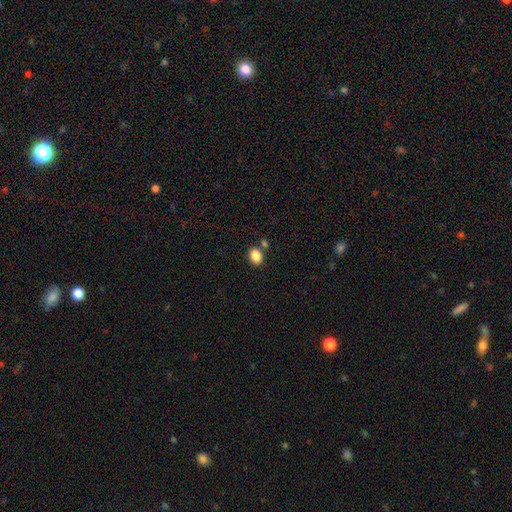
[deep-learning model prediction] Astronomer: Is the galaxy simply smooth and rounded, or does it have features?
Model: smooth — 87%.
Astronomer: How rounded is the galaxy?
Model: in between — 71%.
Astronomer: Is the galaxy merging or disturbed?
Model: none — 73%.